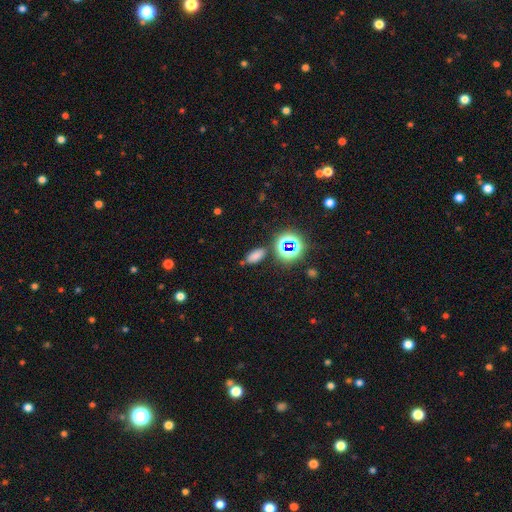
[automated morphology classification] This is likely a smooth galaxy (69%). How rounded: clearly in between (86%). Merging: likely none (78%).